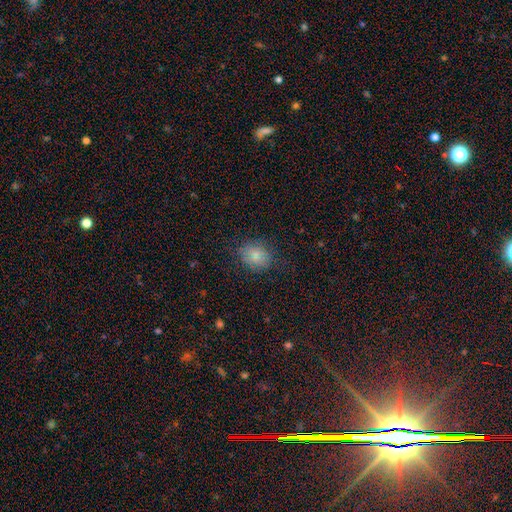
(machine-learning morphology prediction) Smooth or featured? smooth (72%)
How rounded? round (60%)
Merging? none (85%)